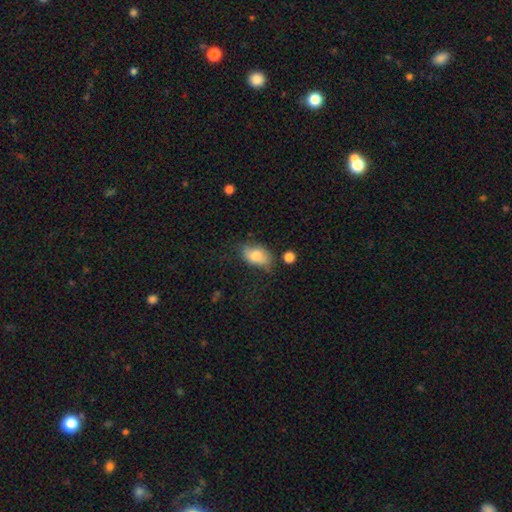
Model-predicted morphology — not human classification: Q: Smooth or featured?
A: smooth (78%); runner-up: featured or disk (14%)
Q: How rounded?
A: in between (88%); runner-up: round (10%)
Q: Merging?
A: none (54%); runner-up: minor disturbance (30%)